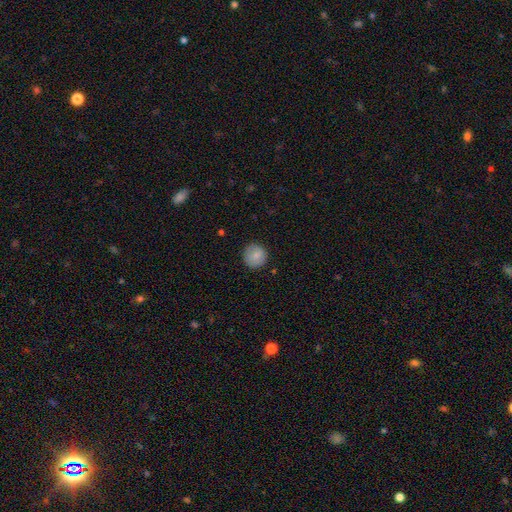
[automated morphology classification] type=smooth (84%); roundness=round (93%); merging=none (87%).